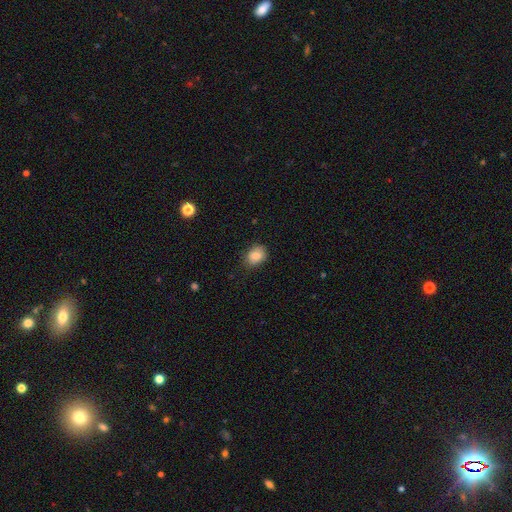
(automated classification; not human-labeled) Smooth or featured? Predicted: smooth (p=0.86). How rounded? Predicted: in between (p=0.62). Merging? Predicted: none (p=0.75).